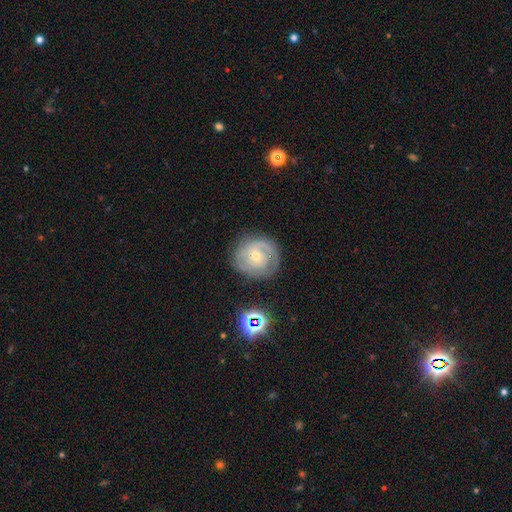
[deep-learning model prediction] Morphology: type=featured or disk (79%); edge-on=no (98%); bar=no (67%); spiral arms=yes (92%); winding=tight (67%); arm count=2 (48%); bulge=small (56%); merging=none (77%).